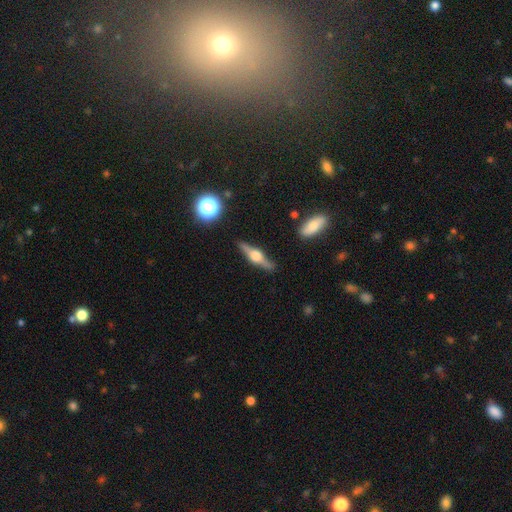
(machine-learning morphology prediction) featured or disk 77%, smooth 17%, star or artifact 6%. Down the decision tree: edge-on disk — yes (97%); edge-on bulge — rounded (93%); merging — none (87%).